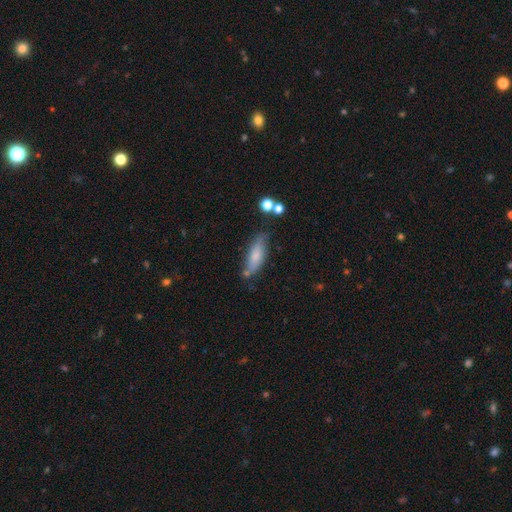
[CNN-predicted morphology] type=smooth (71%); roundness=in between (56%); merging=none (64%).